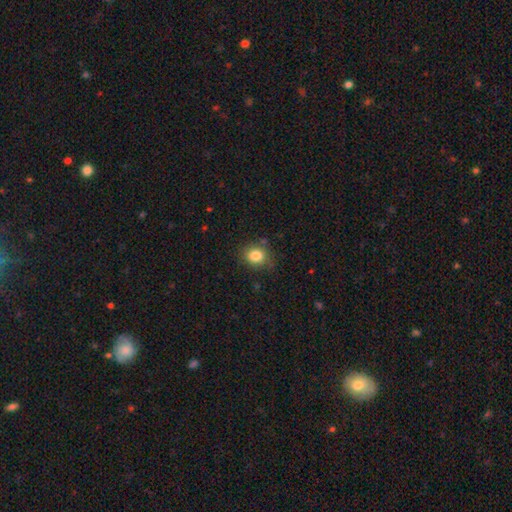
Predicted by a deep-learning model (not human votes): A smooth galaxy with no disk features (84%) that is round (68%). Merging: none (76%).